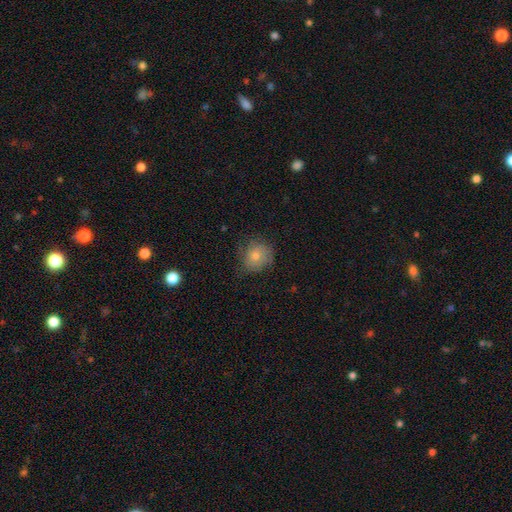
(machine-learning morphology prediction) The model was most divided on "smooth or featured": smooth: 67%, featured or disk: 21%, star or artifact: 12%. More confident: how rounded — round (87%); merging — none (73%).